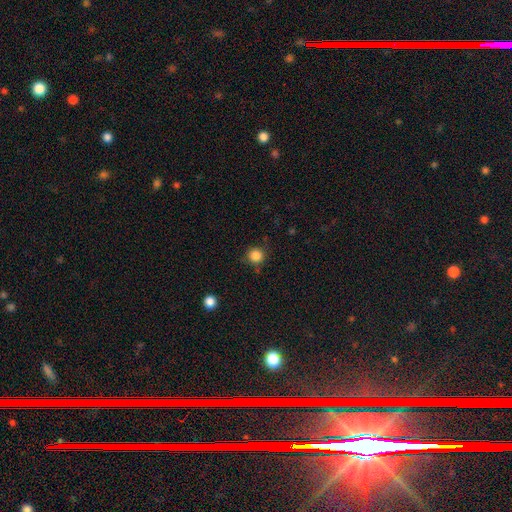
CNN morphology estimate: This appears to be a smooth galaxy with no disk features (85%) that is round (93%). Merging: none (82%).